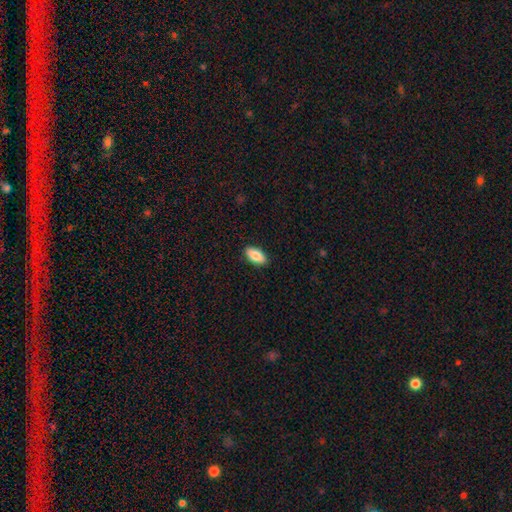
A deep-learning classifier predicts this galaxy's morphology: type=smooth (85%); roundness=in between (91%); merging=none (89%).